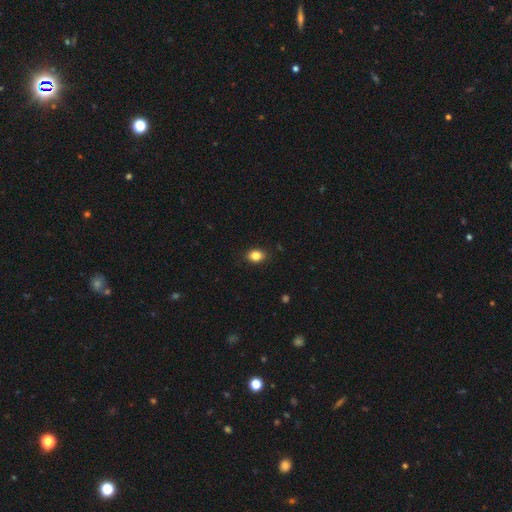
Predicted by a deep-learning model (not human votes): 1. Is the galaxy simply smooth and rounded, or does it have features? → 85% smooth, 10% star or artifact, 5% featured or disk.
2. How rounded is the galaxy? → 61% in between, 38% round, 1% cigar-shaped.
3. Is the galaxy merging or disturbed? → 88% none, 9% minor disturbance, 2% major disturbance, 1% merger.